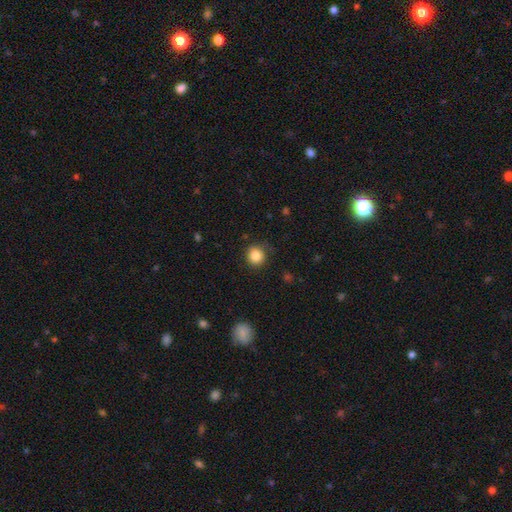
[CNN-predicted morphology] The model was most divided on "merging": none: 85%, minor disturbance: 10%, major disturbance: 3%, merger: 1%. More confident: how rounded — round (88%); smooth or featured — smooth (85%).